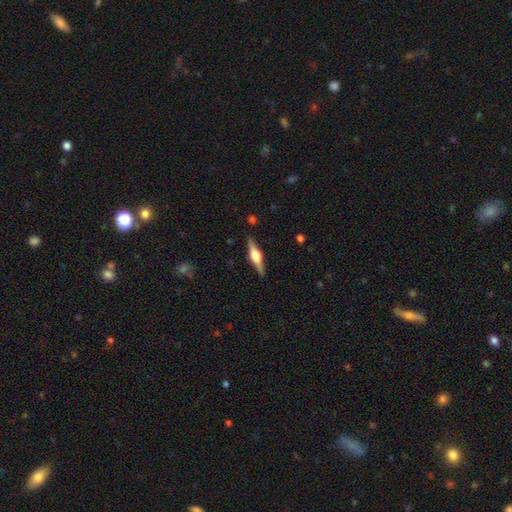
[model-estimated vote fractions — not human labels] Smooth or featured? Predicted: featured or disk (p=0.71). Edge-on disk? Predicted: yes (p=0.98). Edge-on bulge? Predicted: rounded (p=0.88). Merging? Predicted: none (p=0.89).